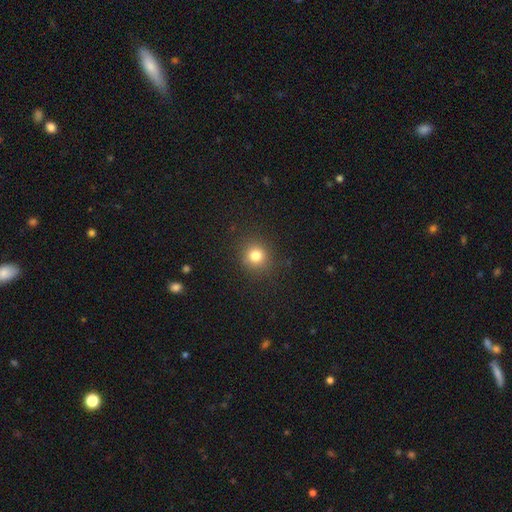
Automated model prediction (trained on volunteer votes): Smooth or featured? Predicted: smooth (p=0.80). How rounded? Predicted: round (p=0.87). Merging? Predicted: none (p=0.88).